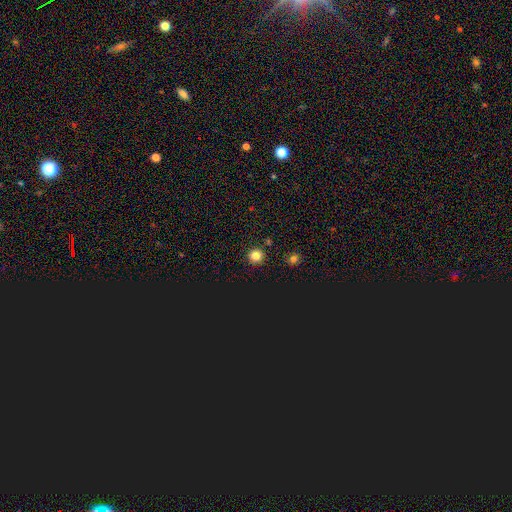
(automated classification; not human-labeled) Smooth or featured? Predicted: smooth (p=0.79). How rounded? Predicted: round (p=0.92). Merging? Predicted: none (p=0.89).